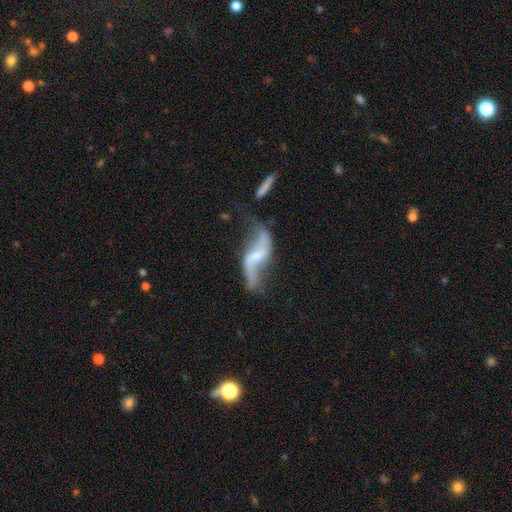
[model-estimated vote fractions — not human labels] Smooth or featured: featured or disk — 86% (smooth — 8%)
Edge-on disk: no — 92% (yes — 8%)
Bar: weak — 39% (no — 36%)
Spiral arms: yes — 92% (no — 8%)
Spiral winding: loose — 92% (medium — 6%)
Spiral arm count: 2 — 92% (1 — 3%)
Bulge size: small — 59% (moderate — 28%)
Merging: none — 55% (minor disturbance — 20%)